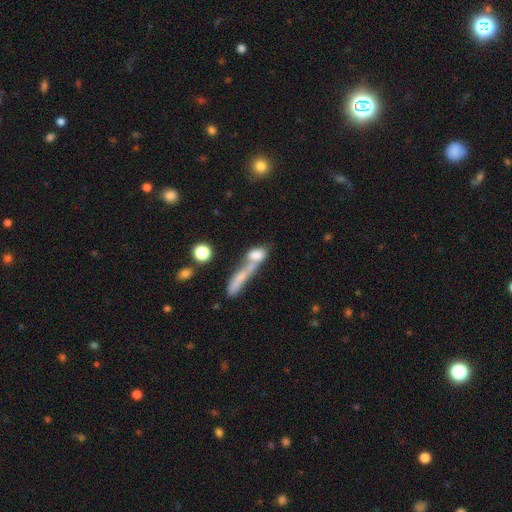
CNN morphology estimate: Overall: smooth (67%). How rounded: in between (51%; cigar-shaped 35%). Merging: merger (62%).